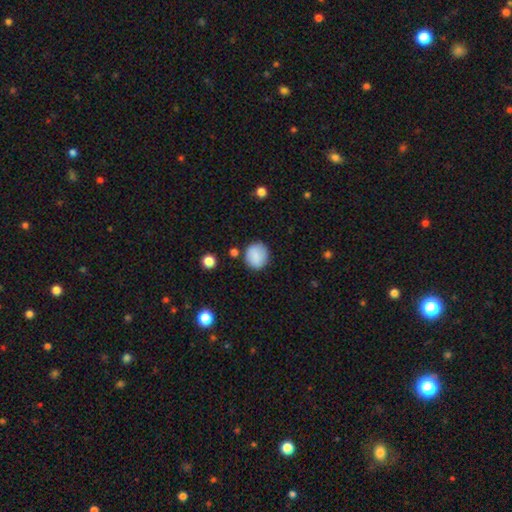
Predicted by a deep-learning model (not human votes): Q: Smooth or featured?
A: smooth (85%); runner-up: star or artifact (8%)
Q: How rounded?
A: round (85%); runner-up: in between (14%)
Q: Merging?
A: none (82%); runner-up: minor disturbance (11%)